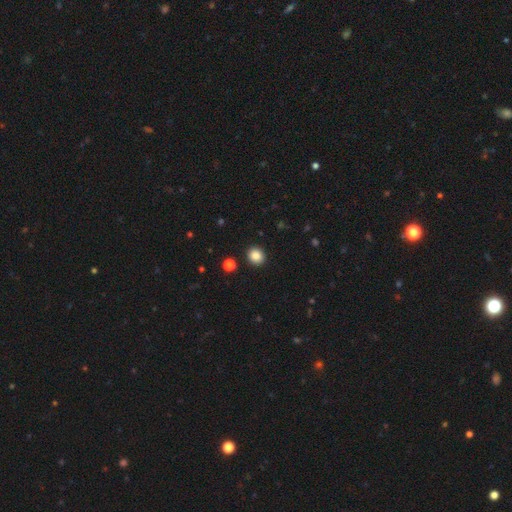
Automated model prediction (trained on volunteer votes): Q: Smooth or featured?
A: smooth (86%); runner-up: star or artifact (10%)
Q: How rounded?
A: round (83%); runner-up: in between (16%)
Q: Merging?
A: none (91%); runner-up: minor disturbance (5%)